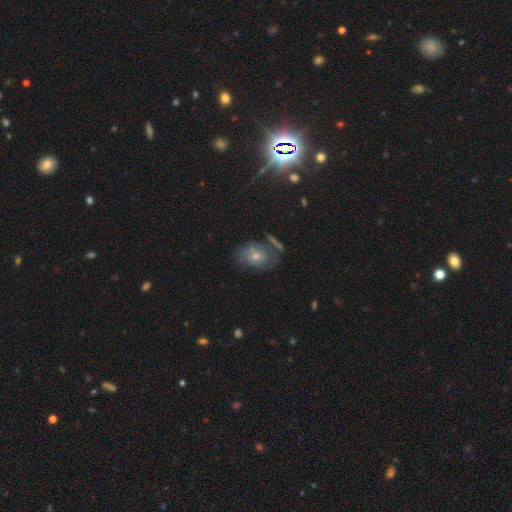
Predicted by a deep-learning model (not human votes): smooth_or_featured: featured or disk (p=0.45) [alt: smooth p=0.29]
merging: none (p=0.62) [alt: minor disturbance p=0.20]